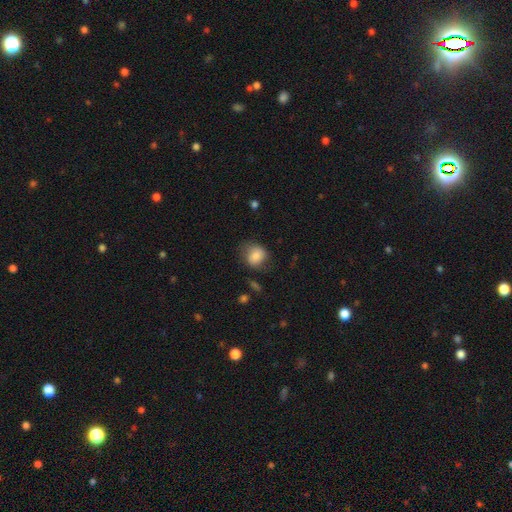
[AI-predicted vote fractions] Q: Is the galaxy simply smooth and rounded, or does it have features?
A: smooth — 76%.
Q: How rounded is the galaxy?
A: round — 63%.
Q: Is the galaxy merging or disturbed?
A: none — 61%.